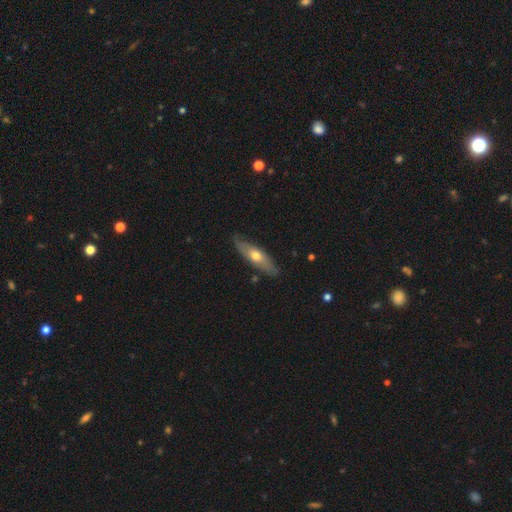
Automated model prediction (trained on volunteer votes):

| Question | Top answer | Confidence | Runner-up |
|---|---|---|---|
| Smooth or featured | smooth | 48% | featured or disk (47%) |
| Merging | none | 78% | minor disturbance (17%) |